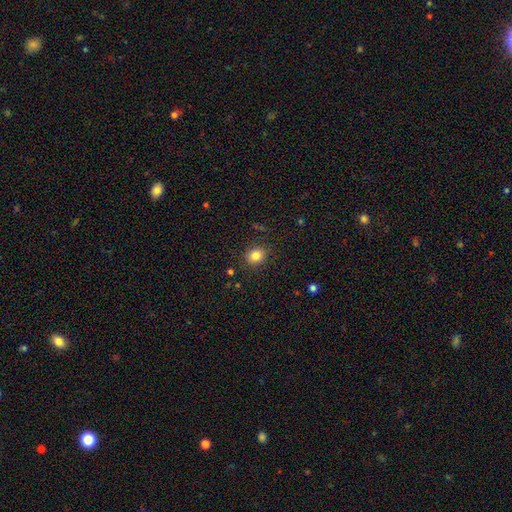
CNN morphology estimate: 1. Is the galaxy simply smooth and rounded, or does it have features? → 82% smooth, 11% star or artifact, 6% featured or disk.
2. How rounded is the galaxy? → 69% round, 30% in between, 1% cigar-shaped.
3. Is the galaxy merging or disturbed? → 88% none, 9% minor disturbance, 3% major disturbance, 1% merger.